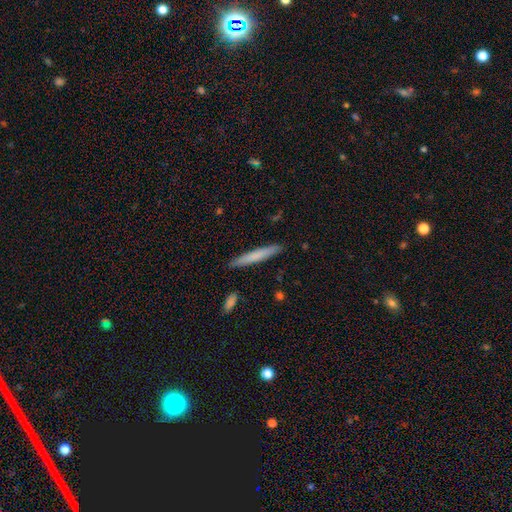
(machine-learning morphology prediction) smooth-or-featured: smooth: 71% | featured or disk: 23% | star or artifact: 6%
  how-rounded: cigar-shaped: 96% | in between: 3% | round: 1%
  merging: none: 89% | minor disturbance: 8% | merger: 2% | major disturbance: 1%